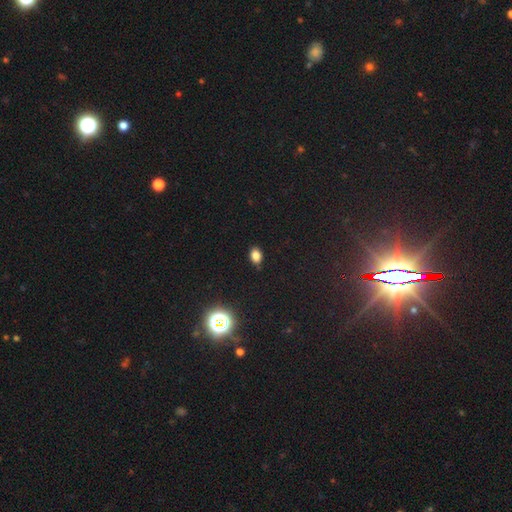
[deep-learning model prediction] Smooth or featured: smooth — 80% (star or artifact — 15%)
How rounded: in between — 74% (round — 25%)
Merging: none — 85% (minor disturbance — 11%)